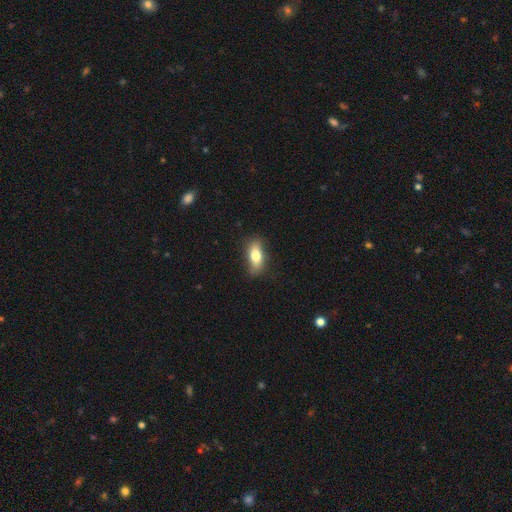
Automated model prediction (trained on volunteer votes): Smooth or featured: smooth — 76% (featured or disk — 17%)
How rounded: in between — 79% (cigar-shaped — 16%)
Merging: none — 79% (minor disturbance — 16%)